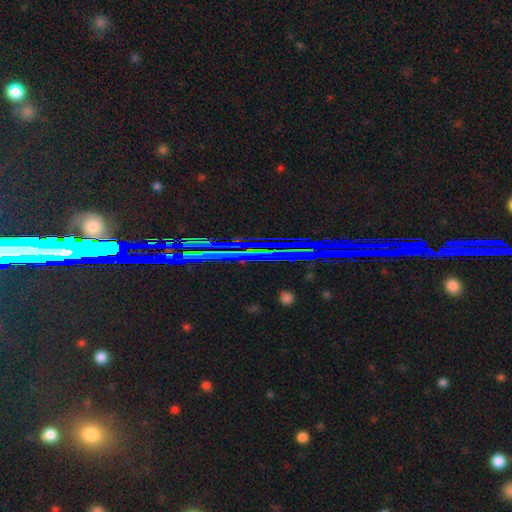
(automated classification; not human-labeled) Smooth or featured? Predicted: star or artifact (p=0.83).